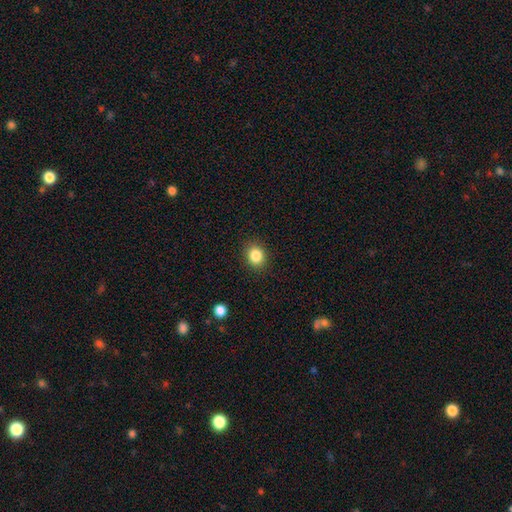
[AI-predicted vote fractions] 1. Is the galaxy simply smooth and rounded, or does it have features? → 85% smooth, 10% star or artifact, 5% featured or disk.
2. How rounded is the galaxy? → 64% round, 35% in between, 1% cigar-shaped.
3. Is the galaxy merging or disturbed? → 89% none, 7% minor disturbance, 2% major disturbance, 1% merger.